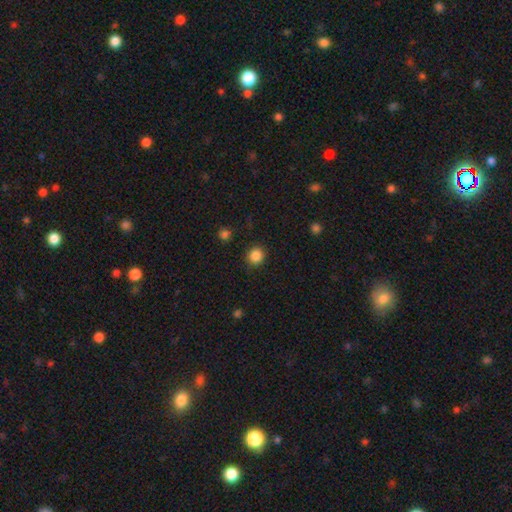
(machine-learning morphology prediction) This is clearly a smooth galaxy (86%). How rounded: clearly round (88%). Merging: clearly none (88%).